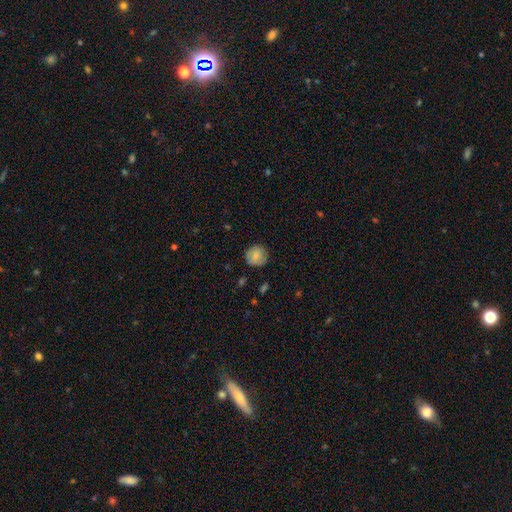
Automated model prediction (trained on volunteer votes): Smooth or featured? smooth (81%)
How rounded? round (90%)
Merging? none (82%)